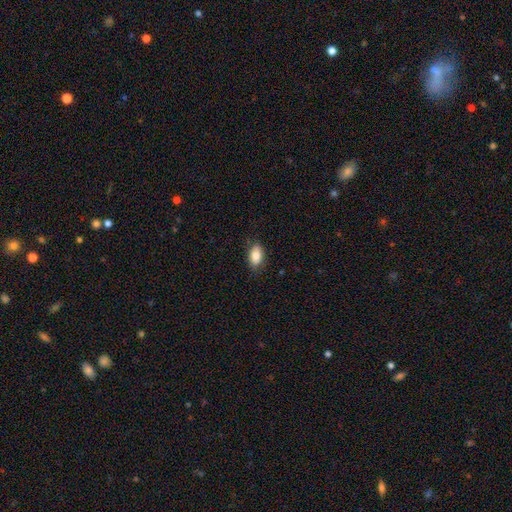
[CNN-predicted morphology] A smooth galaxy with no disk features (83%) that is in between round and cigar-shaped (91%). Merging: none (83%).